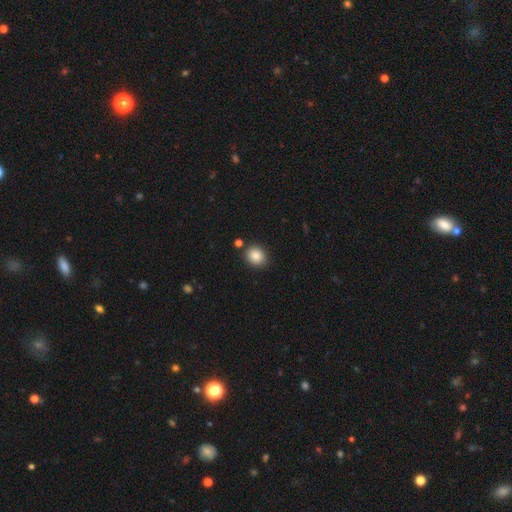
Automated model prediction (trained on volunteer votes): A smooth galaxy with no disk features (87%) that is round (65%).

Vote fractions:
- Smooth or featured? smooth: 87% / star or artifact: 9% / featured or disk: 4%
- How rounded? round: 65% / in between: 34% / cigar-shaped: 1%
- Merging? none: 84% / minor disturbance: 9% / merger: 4% / major disturbance: 2%